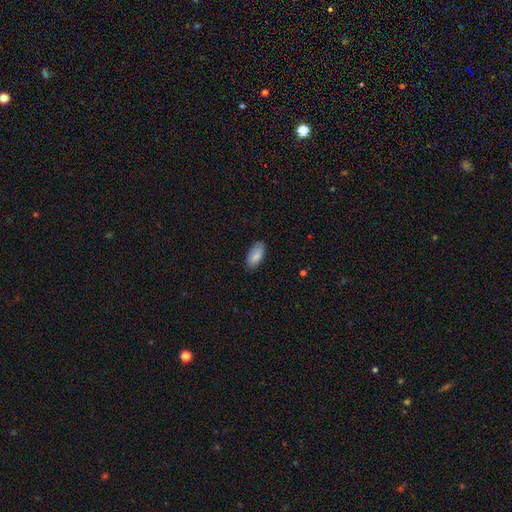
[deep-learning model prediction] Q: Smooth or featured?
A: smooth (86%); runner-up: featured or disk (8%)
Q: How rounded?
A: in between (91%); runner-up: cigar-shaped (7%)
Q: Merging?
A: none (82%); runner-up: minor disturbance (14%)